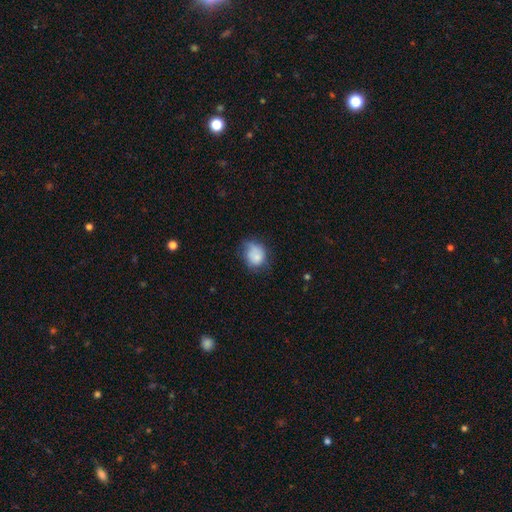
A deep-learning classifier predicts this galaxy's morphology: Smooth or featured: smooth — 80% (featured or disk — 12%)
How rounded: round — 60% (in between — 39%)
Merging: none — 47% (minor disturbance — 36%)